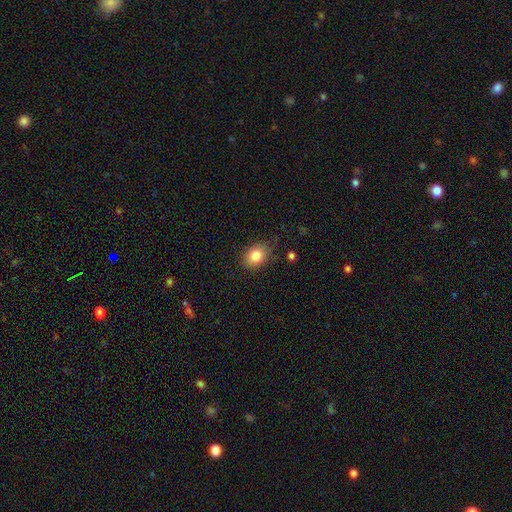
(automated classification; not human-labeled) The model was most divided on "how rounded": in between: 68%, round: 31%, cigar-shaped: 1%. More confident: smooth or featured — smooth (84%); merging — none (77%).